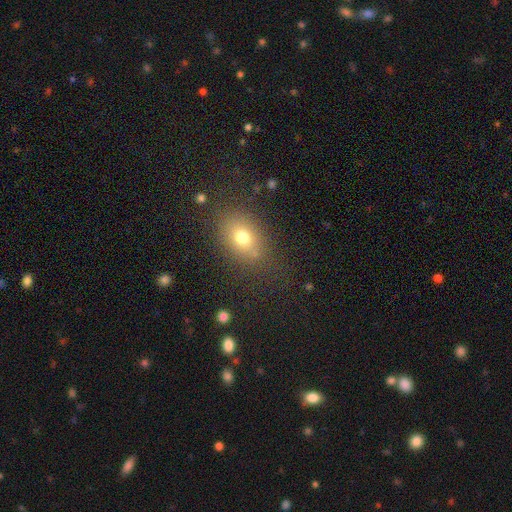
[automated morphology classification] This appears to be a smooth galaxy with no disk features (68%) that is in between round and cigar-shaped (62%). Merging: none (83%).